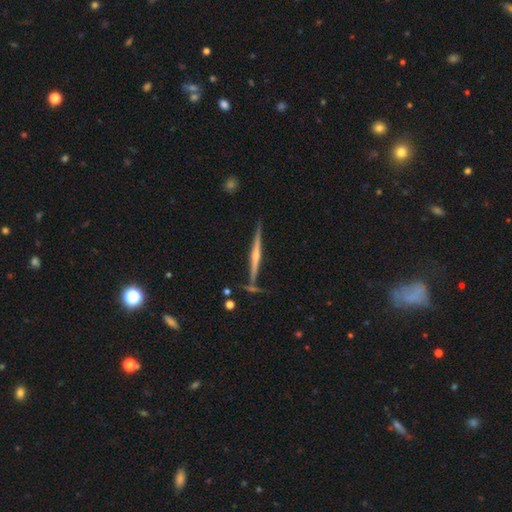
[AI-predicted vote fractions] This is clearly a featured or disk galaxy (81%). It is clearly viewed edge-on (98%). Edge-on bulge: likely rounded (76%). Merging: clearly none (84%).